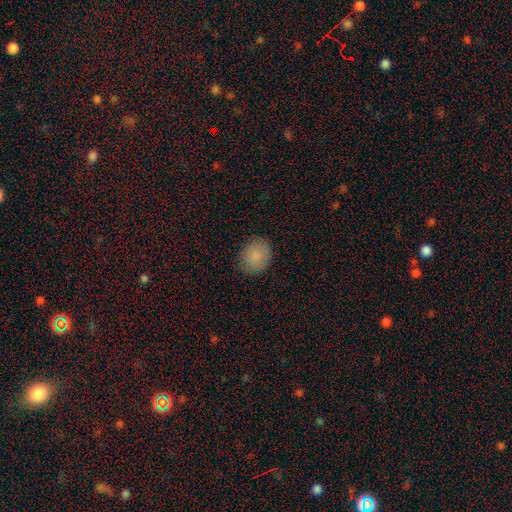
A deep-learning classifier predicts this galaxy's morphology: Overall: smooth (87%). How rounded: round (59%; in between 40%). Merging: none (84%).